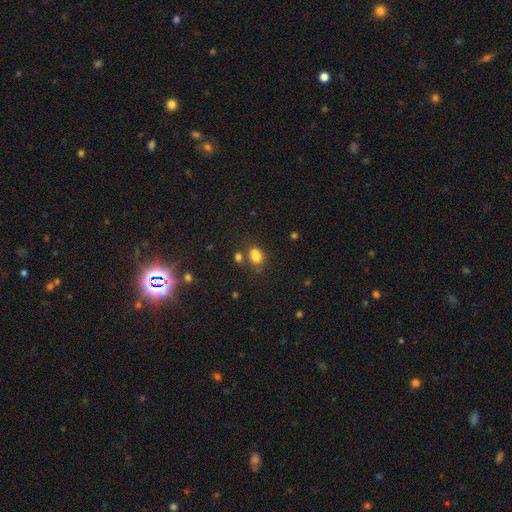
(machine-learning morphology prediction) The model was most divided on "merging": none: 46%, merger: 32%, minor disturbance: 15%, major disturbance: 6%. More confident: smooth or featured — smooth (78%); how rounded — in between (63%).